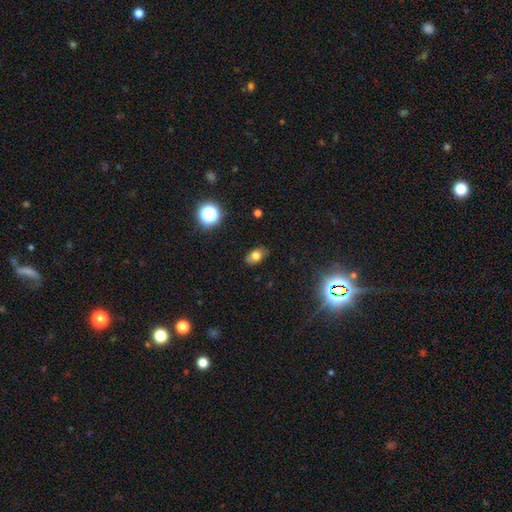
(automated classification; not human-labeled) This is likely a smooth galaxy (72%). How rounded: clearly in between (83%). Merging: clearly none (83%).